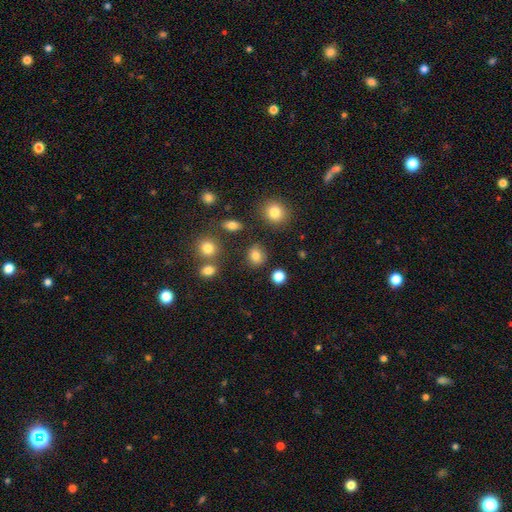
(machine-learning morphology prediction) Q: Smooth or featured?
A: smooth (80%); runner-up: star or artifact (13%)
Q: How rounded?
A: round (71%); runner-up: in between (28%)
Q: Merging?
A: none (82%); runner-up: minor disturbance (10%)